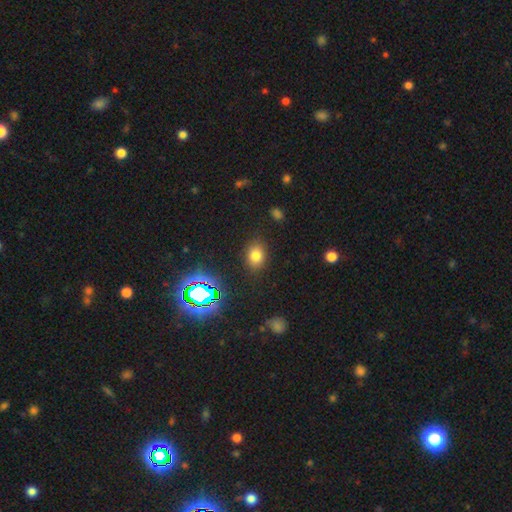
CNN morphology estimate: smooth-or-featured: smooth: 74% | star or artifact: 18% | featured or disk: 8%
  how-rounded: in between: 64% | round: 35% | cigar-shaped: 1%
  merging: none: 86% | minor disturbance: 10% | major disturbance: 3% | merger: 2%